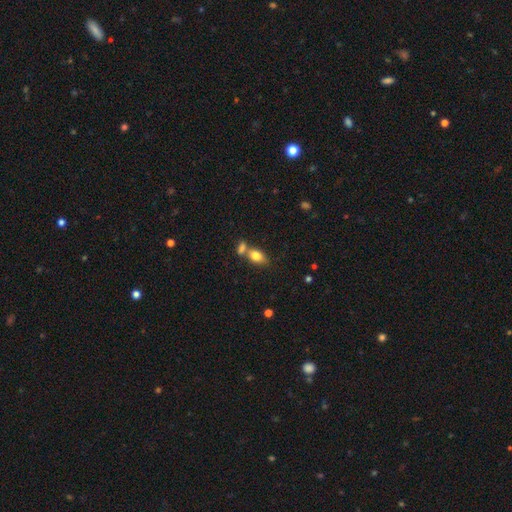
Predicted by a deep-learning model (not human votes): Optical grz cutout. It shows a smooth galaxy with no disk features (80%) that is in between round and cigar-shaped (83%). Merging: none (44%).